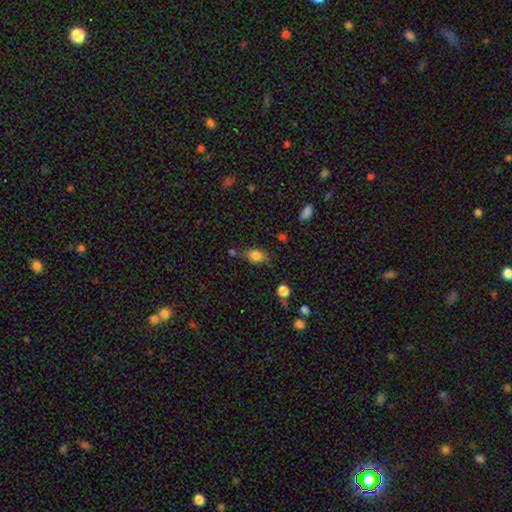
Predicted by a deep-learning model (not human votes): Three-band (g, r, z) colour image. It shows a smooth galaxy with no disk features (81%) that is in between round and cigar-shaped (79%). Merging: none (68%).